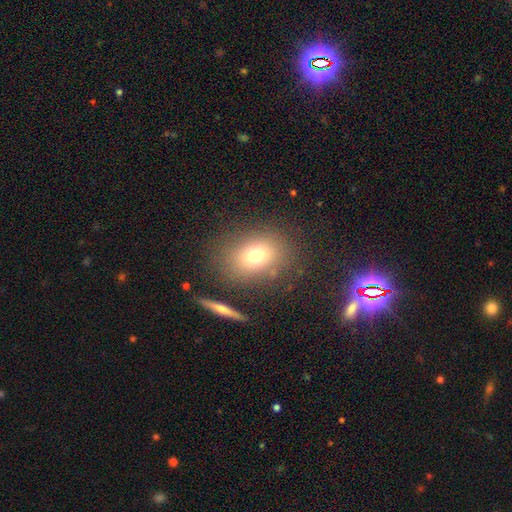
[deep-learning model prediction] This is likely a smooth galaxy (71%). How rounded: possibly in between (55%). Merging: likely none (79%).